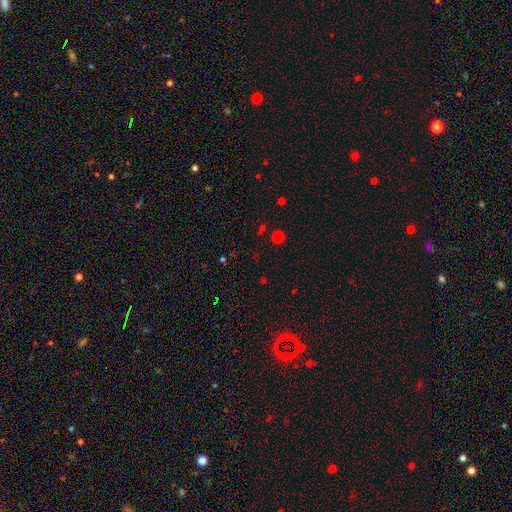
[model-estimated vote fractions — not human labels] This is possibly a star or artifact rather than a galaxy (48%).